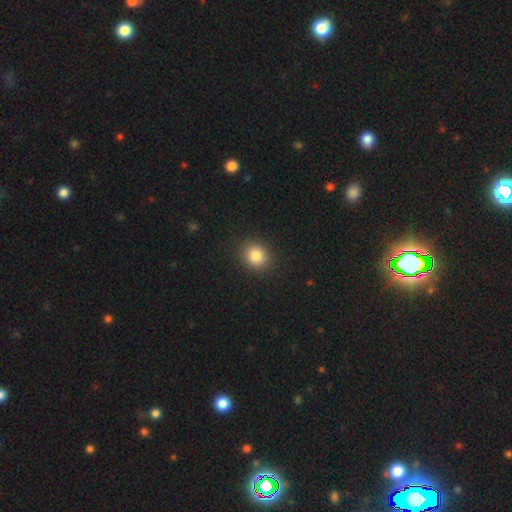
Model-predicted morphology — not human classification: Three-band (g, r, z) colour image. It shows a smooth galaxy with no disk features (84%) that is round (74%). Merging: none (90%).